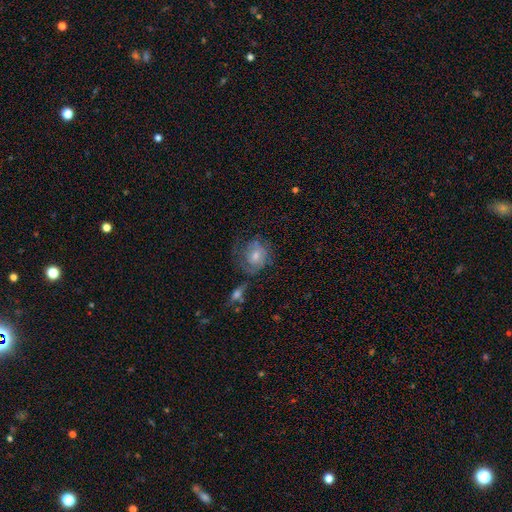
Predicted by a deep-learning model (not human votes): Morphology: type=featured or disk (48%); merging=none (44%).